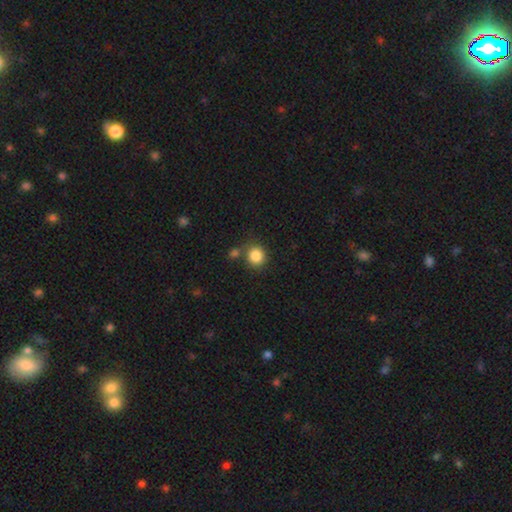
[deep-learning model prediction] smooth 86%, star or artifact 10%, featured or disk 4%. Down the decision tree: how rounded — round (87%); merging — none (71%).